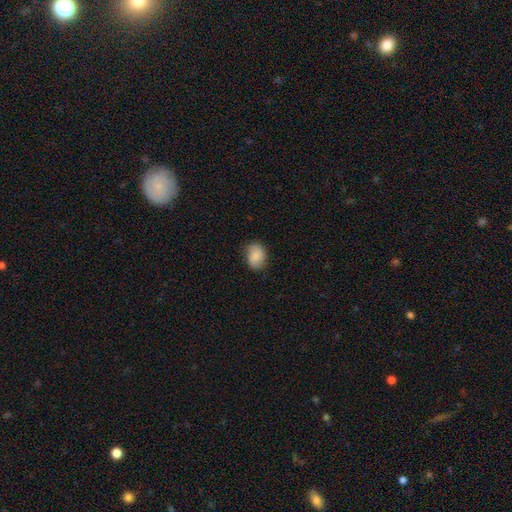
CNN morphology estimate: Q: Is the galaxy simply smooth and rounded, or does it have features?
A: smooth — 84%.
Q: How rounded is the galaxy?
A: in between — 62%.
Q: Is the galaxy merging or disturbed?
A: none — 74%.